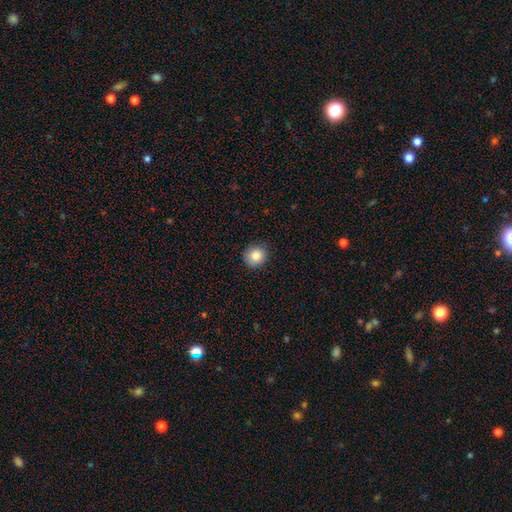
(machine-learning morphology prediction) This is clearly a smooth galaxy (86%). How rounded: clearly round (84%). Merging: clearly none (87%).